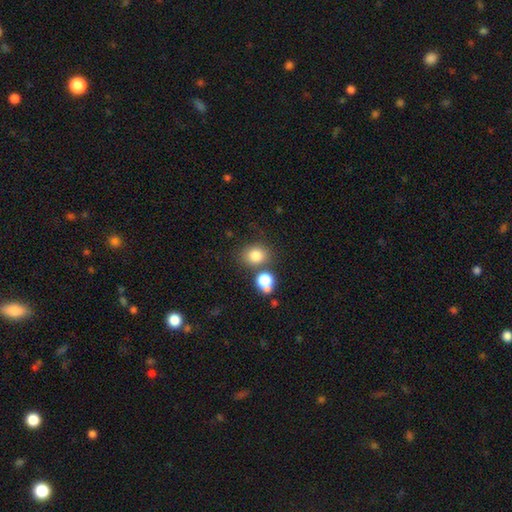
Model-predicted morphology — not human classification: Smooth or featured?
  - smooth: 81% *
  - star or artifact: 11%
  - featured or disk: 7%
How rounded?
  - round: 64% *
  - in between: 35%
  - cigar-shaped: 1%
Merging?
  - none: 64% *
  - merger: 21%
  - minor disturbance: 11%
  - major disturbance: 4%